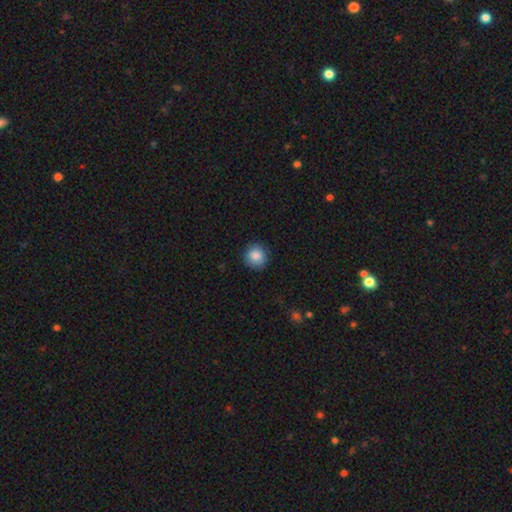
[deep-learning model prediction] This is clearly a smooth galaxy (87%). How rounded: clearly round (92%). Merging: clearly none (88%).